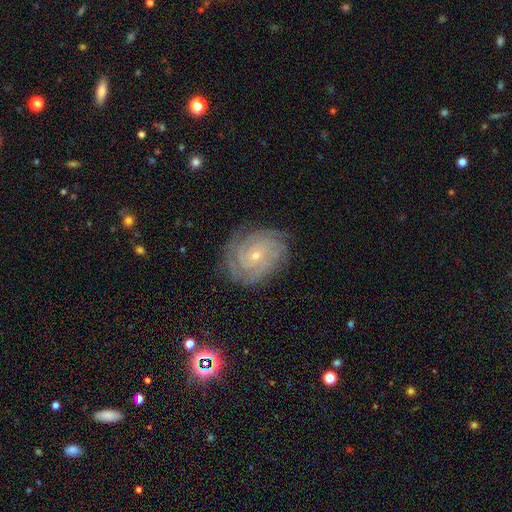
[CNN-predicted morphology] featured or disk 86%, smooth 7%, star or artifact 7%. Down the decision tree: edge-on disk — no (97%); bar — no (71%); spiral arms — yes (97%); spiral arm count — can't tell (25%); spiral winding — tight (80%); bulge size — small (78%); merging — none (81%).